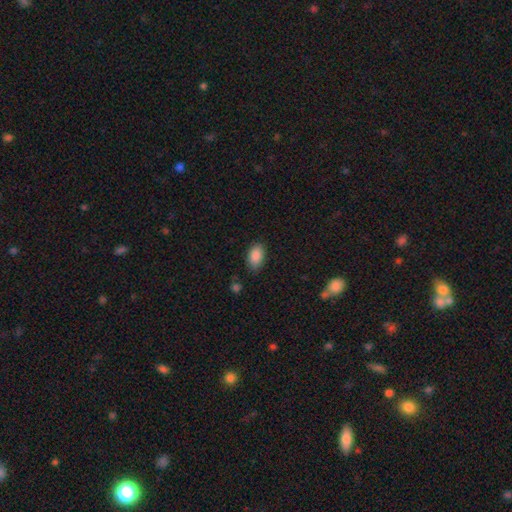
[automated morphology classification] Smooth or featured: smooth — 89% (star or artifact — 7%)
How rounded: in between — 93% (round — 6%)
Merging: none — 84% (minor disturbance — 12%)